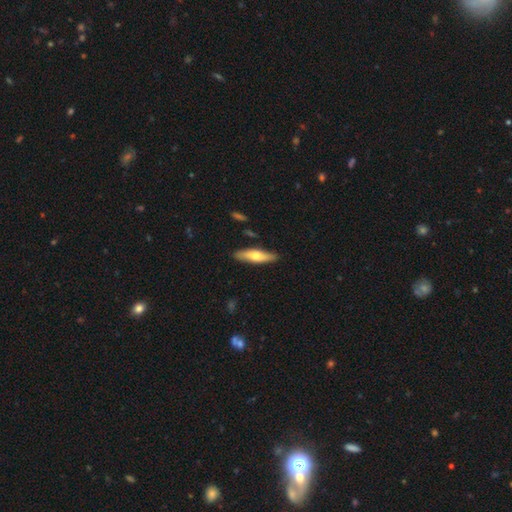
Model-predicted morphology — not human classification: type=smooth (55%); roundness=cigar-shaped (63%); merging=none (86%).